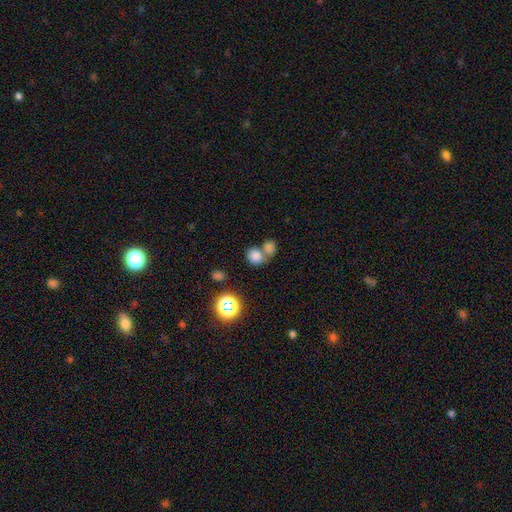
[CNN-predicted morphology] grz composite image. It shows a smooth galaxy with no disk features (78%) that is round (68%). Merging: merger (49%).